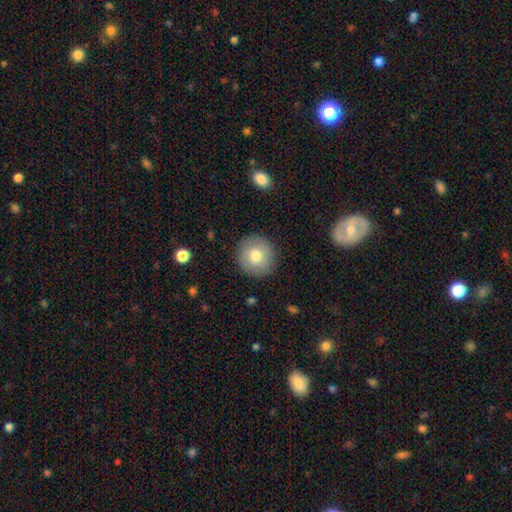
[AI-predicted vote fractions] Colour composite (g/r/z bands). It shows a smooth galaxy with no disk features (75%) that is round (92%). Merging: none (88%).